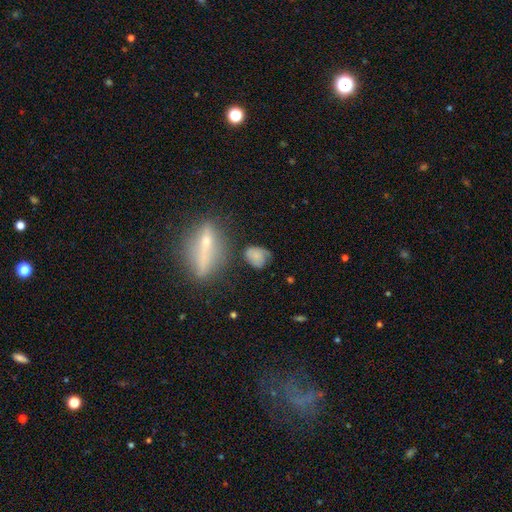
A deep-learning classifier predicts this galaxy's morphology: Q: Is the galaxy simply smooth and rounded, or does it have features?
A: smooth — 68%.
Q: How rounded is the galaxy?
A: in between — 60%.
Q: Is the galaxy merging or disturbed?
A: none — 50%.